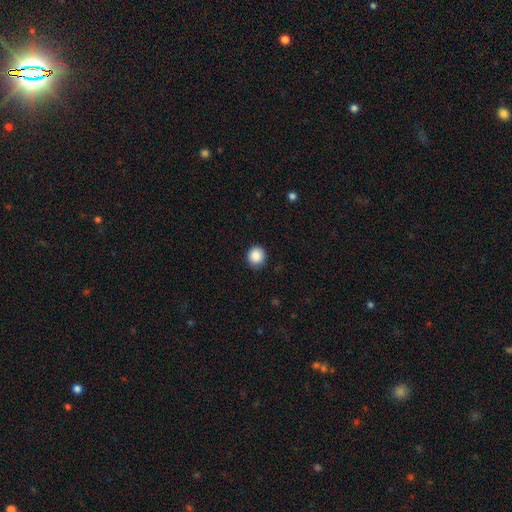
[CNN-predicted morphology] The model was most divided on "smooth or featured": smooth: 87%, star or artifact: 9%, featured or disk: 4%. More confident: how rounded — round (93%); merging — none (90%).